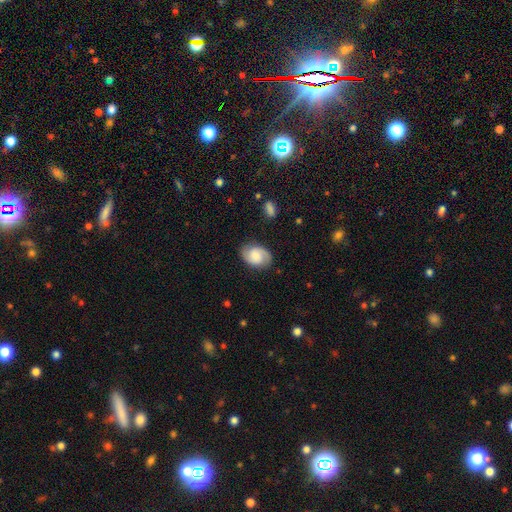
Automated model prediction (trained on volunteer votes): A featured or disk galaxy (60%) with no bar (52%), 2 (88%) medium (47%) spiral arms (93%) and a moderate central bulge (35%). Merging: none (82%).